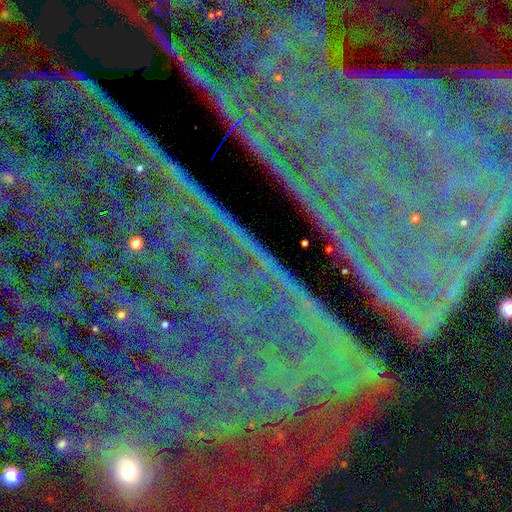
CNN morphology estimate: A star or artifact, not a galaxy (84%).